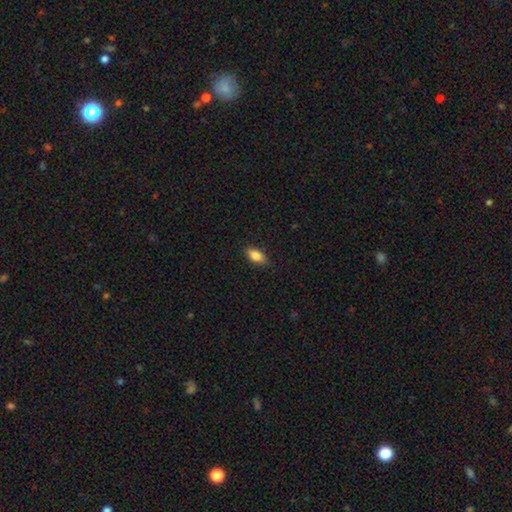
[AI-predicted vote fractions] The model was most divided on "smooth or featured": smooth: 81%, featured or disk: 12%, star or artifact: 7%. More confident: merging — none (87%); how rounded — in between (84%).